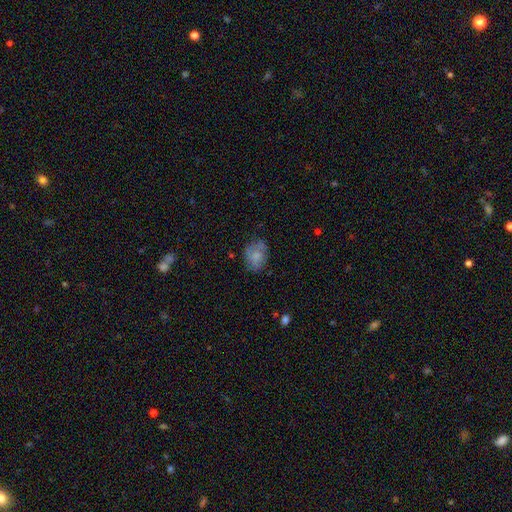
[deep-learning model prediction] Smooth or featured? Predicted: smooth (p=0.68). How rounded? Predicted: in between (p=0.71). Merging? Predicted: none (p=0.61).